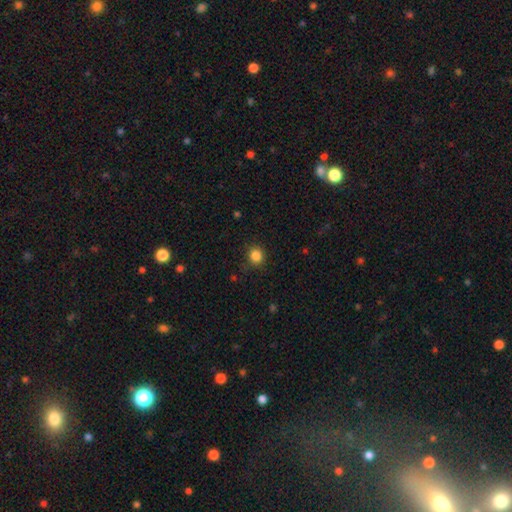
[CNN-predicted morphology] Smooth or featured? smooth (85%)
How rounded? round (88%)
Merging? none (85%)